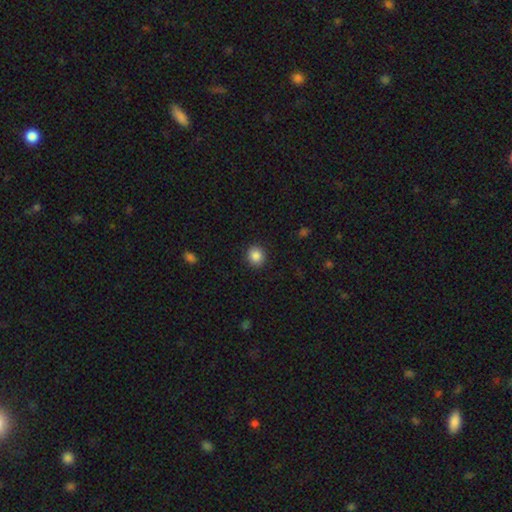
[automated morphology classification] Overall: smooth (87%). How rounded: round (85%). Merging: none (91%).